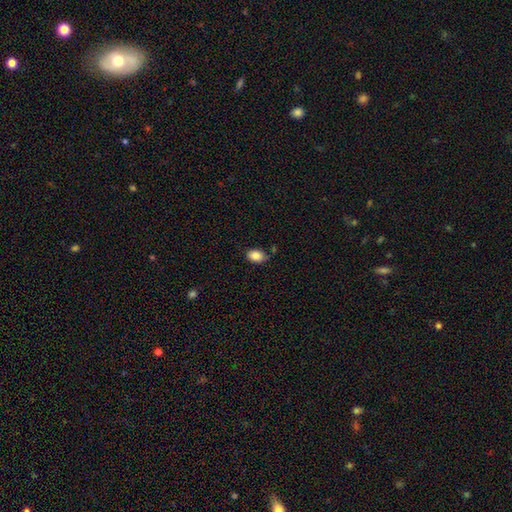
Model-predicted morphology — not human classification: The model was most divided on "merging": none: 71%, minor disturbance: 20%, merger: 4%, major disturbance: 4%. More confident: smooth or featured — smooth (85%); how rounded — in between (78%).